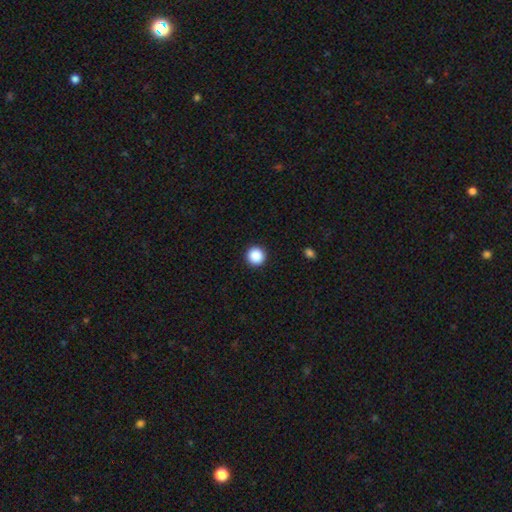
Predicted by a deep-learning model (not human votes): Smooth or featured: smooth — 88% (star or artifact — 9%)
How rounded: round — 96% (in between — 3%)
Merging: none — 93% (minor disturbance — 4%)